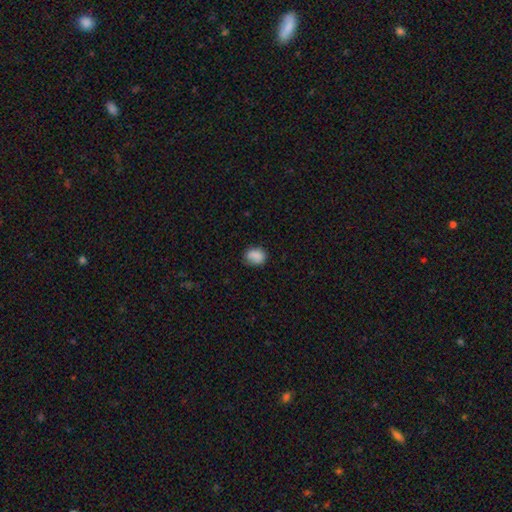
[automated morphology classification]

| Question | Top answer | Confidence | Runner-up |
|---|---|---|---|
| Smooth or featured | smooth | 86% | star or artifact (8%) |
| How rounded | in between | 53% | round (45%) |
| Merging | none | 74% | minor disturbance (20%) |